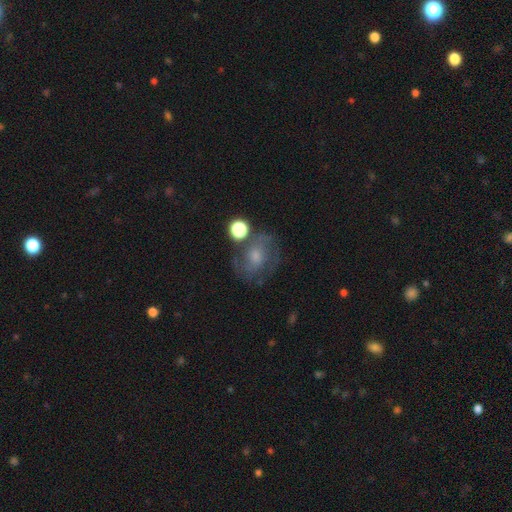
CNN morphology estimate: type=featured or disk (61%); edge-on=no (97%); bar=no (61%); spiral arms=yes (83%); bulge=moderate (42%); merging=none (67%).